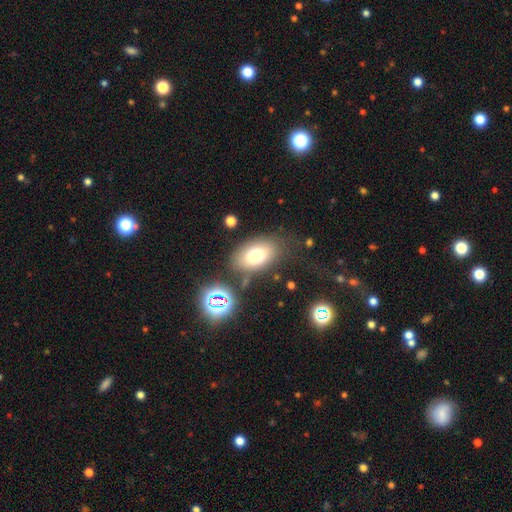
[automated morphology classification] Smooth or featured?
  - smooth: 73% *
  - featured or disk: 14%
  - star or artifact: 13%
How rounded?
  - in between: 87% *
  - round: 12%
  - cigar-shaped: 2%
Merging?
  - none: 75% *
  - minor disturbance: 13%
  - major disturbance: 6%
  - merger: 5%